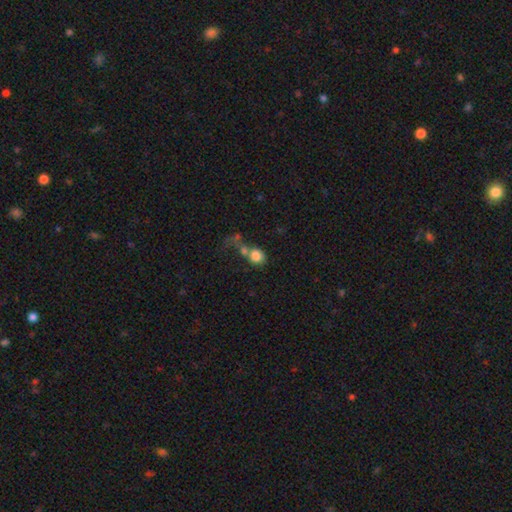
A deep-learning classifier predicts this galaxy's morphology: Q: Smooth or featured?
A: smooth (77%); runner-up: featured or disk (13%)
Q: How rounded?
A: round (63%); runner-up: in between (36%)
Q: Merging?
A: merger (44%); runner-up: none (26%)